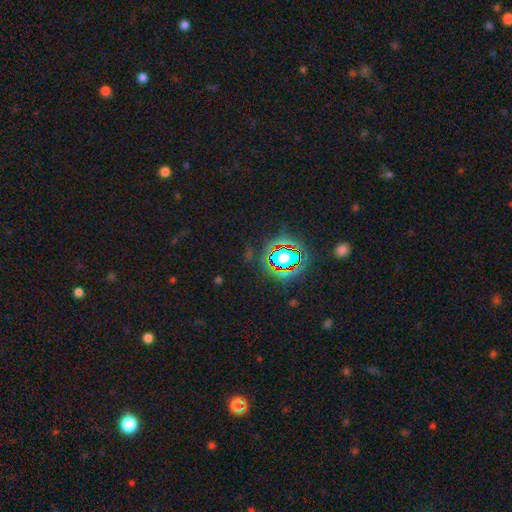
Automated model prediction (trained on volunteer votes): This appears to be a star or artifact, not a galaxy (81%).